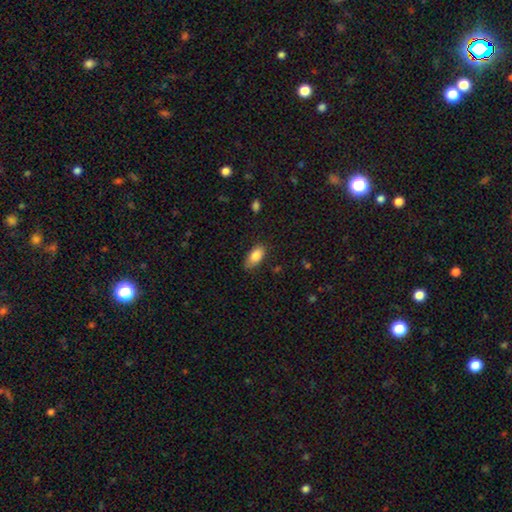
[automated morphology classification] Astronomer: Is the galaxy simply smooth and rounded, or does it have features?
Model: smooth — 85%.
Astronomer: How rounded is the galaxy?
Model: in between — 89%.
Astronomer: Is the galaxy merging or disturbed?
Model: none — 74%.